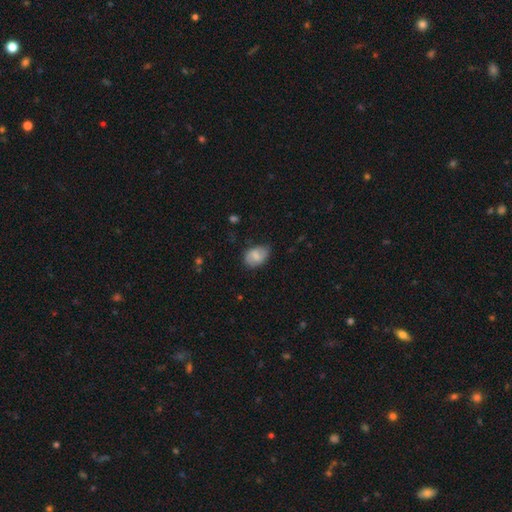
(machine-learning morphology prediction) smooth_or_featured: smooth (p=0.67) [alt: featured or disk p=0.25]
how_rounded: in between (p=0.80) [alt: round p=0.19]
merging: none (p=0.67) [alt: minor disturbance p=0.25]